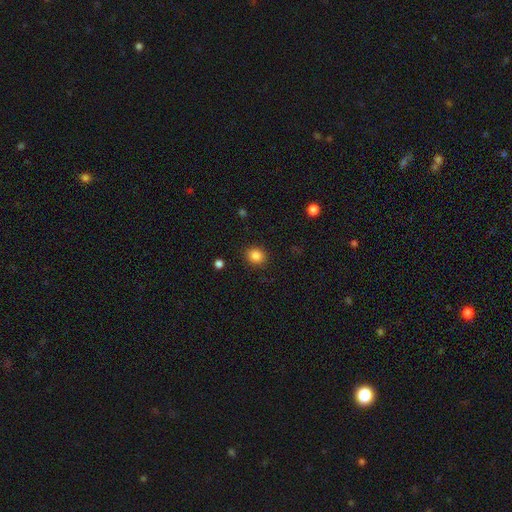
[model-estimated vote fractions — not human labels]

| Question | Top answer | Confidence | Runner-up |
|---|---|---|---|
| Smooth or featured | smooth | 85% | star or artifact (10%) |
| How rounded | round | 74% | in between (25%) |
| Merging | none | 89% | minor disturbance (7%) |